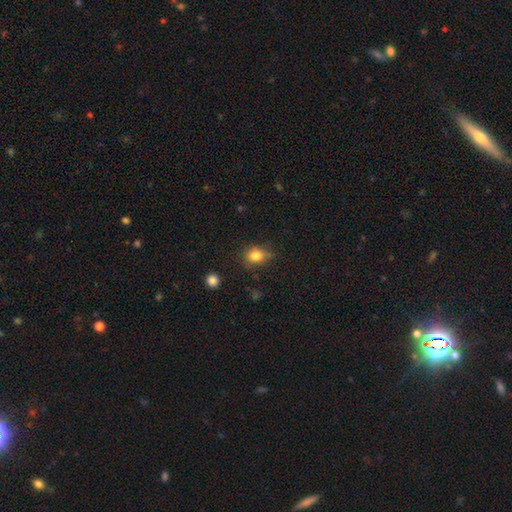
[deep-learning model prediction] Smooth or featured? Predicted: smooth (p=0.81). How rounded? Predicted: round (p=0.53). Merging? Predicted: none (p=0.61).